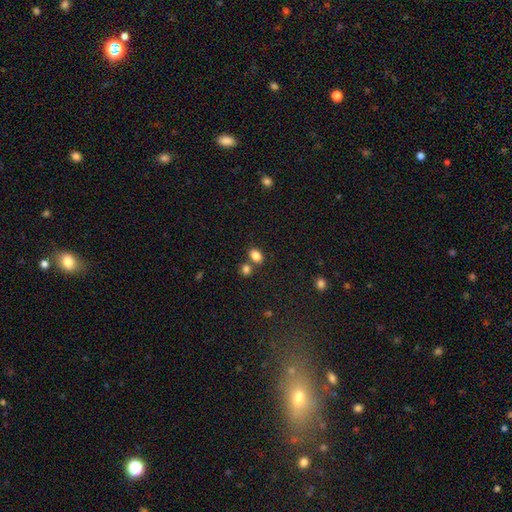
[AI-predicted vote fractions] This appears to be a smooth galaxy with no disk features (83%) that is in between round and cigar-shaped (75%). Merging: none (60%).